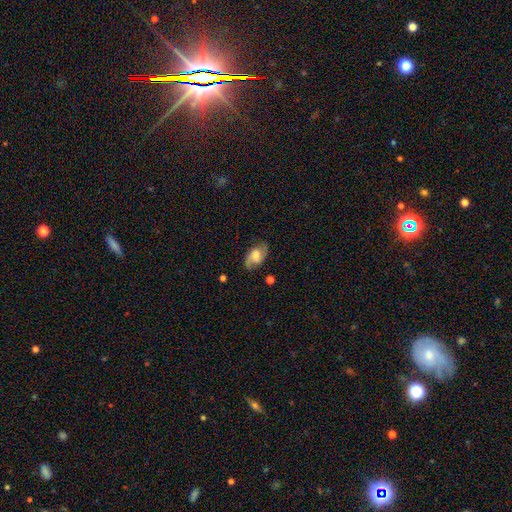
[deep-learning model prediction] Morphology: type=featured or disk (68%); edge-on=no (96%); bar=weak (45%); spiral arms=yes (92%); winding=medium (47%); arm count=2 (89%); bulge=moderate (52%); merging=none (80%).